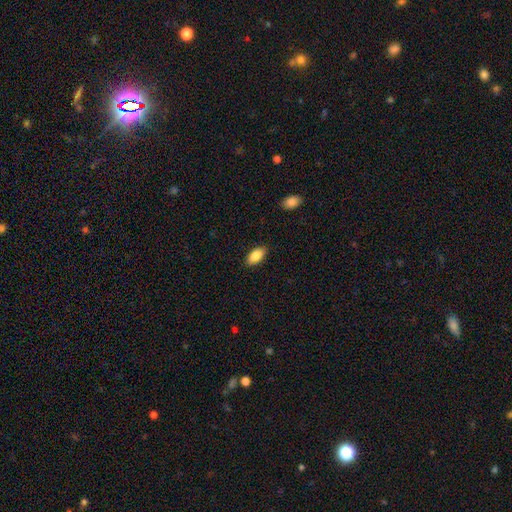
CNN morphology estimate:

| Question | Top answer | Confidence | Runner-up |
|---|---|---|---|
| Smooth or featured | smooth | 87% | star or artifact (7%) |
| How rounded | in between | 92% | cigar-shaped (5%) |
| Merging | none | 87% | minor disturbance (9%) |